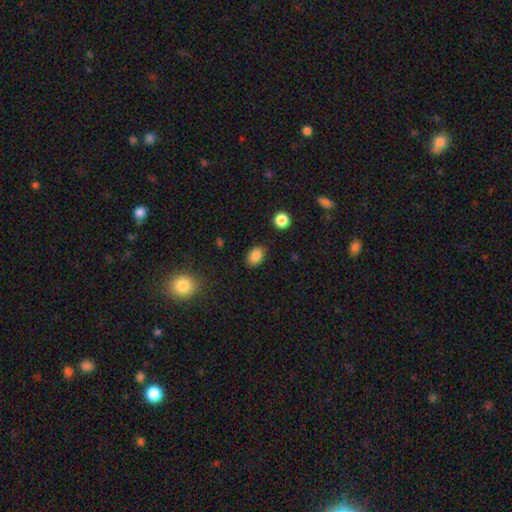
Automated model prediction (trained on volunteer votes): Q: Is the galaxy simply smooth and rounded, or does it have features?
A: smooth — 85%.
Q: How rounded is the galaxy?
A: in between — 76%.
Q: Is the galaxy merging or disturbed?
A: none — 85%.